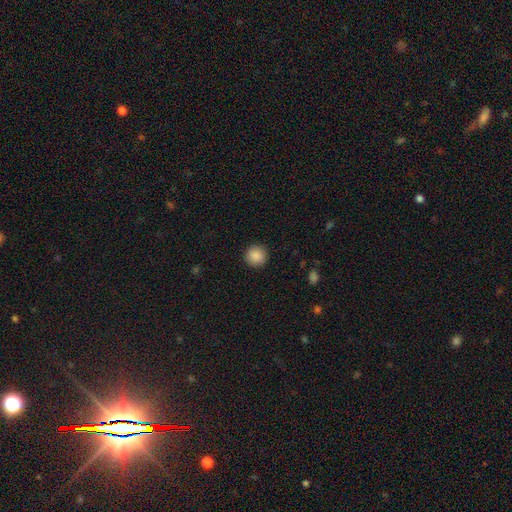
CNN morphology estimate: The model was most divided on "smooth or featured": smooth: 88%, star or artifact: 8%, featured or disk: 3%. More confident: how rounded — round (94%); merging — none (92%).